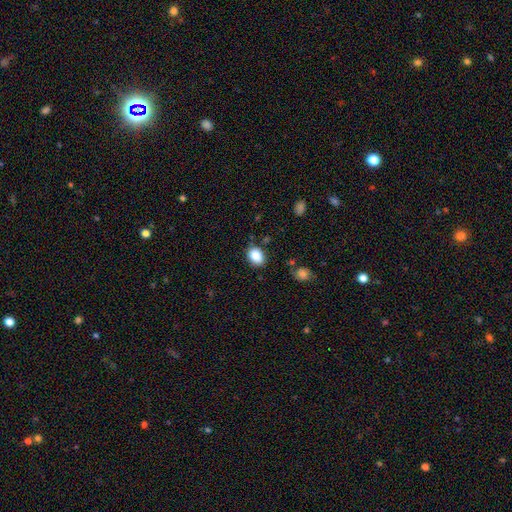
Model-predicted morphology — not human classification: This is clearly a smooth galaxy (87%). How rounded: likely in between (70%). Merging: clearly none (82%).